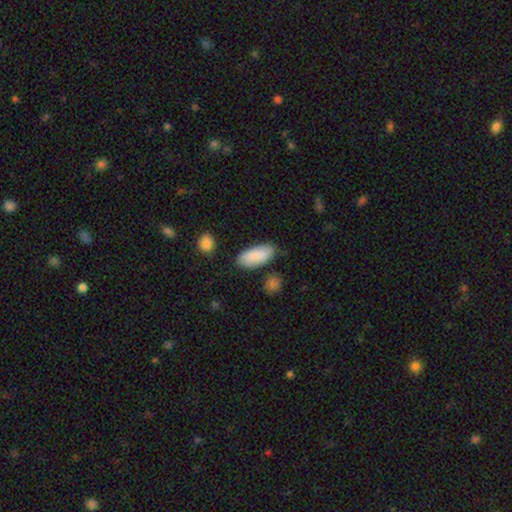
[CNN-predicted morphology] Smooth or featured: smooth — 87% (featured or disk — 8%)
How rounded: in between — 88% (cigar-shaped — 10%)
Merging: none — 77% (minor disturbance — 15%)